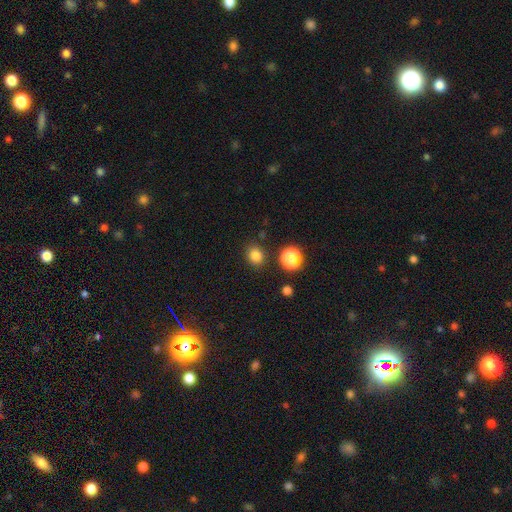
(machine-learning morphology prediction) This is clearly a smooth galaxy (82%). How rounded: likely round (72%). Merging: clearly none (86%).